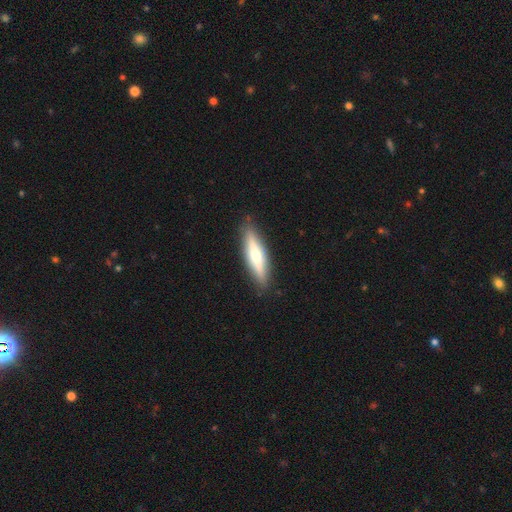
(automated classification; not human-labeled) Q: Smooth or featured?
A: smooth (50%); runner-up: featured or disk (45%)
Q: Merging?
A: none (88%); runner-up: minor disturbance (9%)